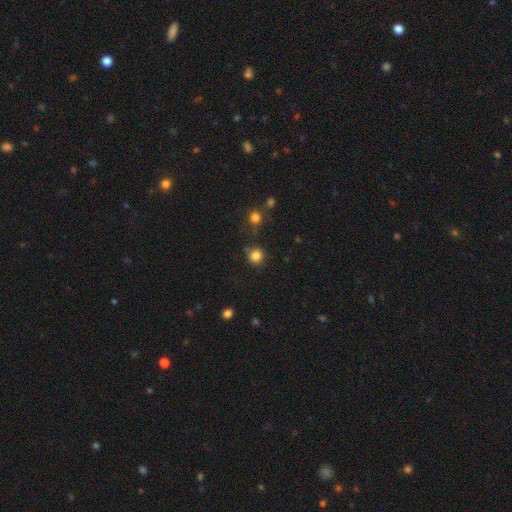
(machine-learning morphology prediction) smooth-or-featured: smooth: 83% | star or artifact: 13% | featured or disk: 4%
  how-rounded: round: 90% | in between: 9% | cigar-shaped: 1%
  merging: none: 81% | minor disturbance: 10% | merger: 6% | major disturbance: 3%